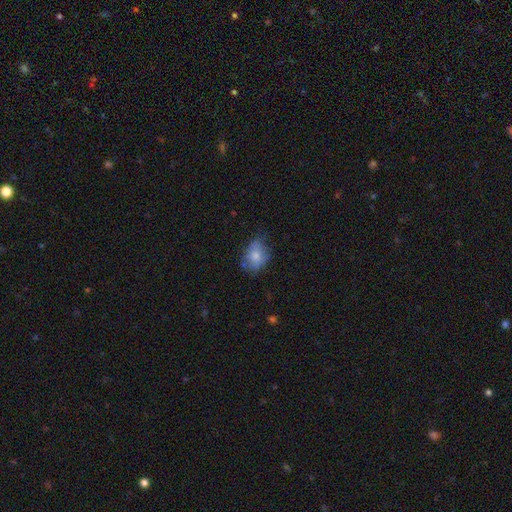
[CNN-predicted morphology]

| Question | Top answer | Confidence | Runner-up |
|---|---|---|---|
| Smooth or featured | smooth | 72% | featured or disk (19%) |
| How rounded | in between | 70% | round (29%) |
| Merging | none | 54% | minor disturbance (34%) |